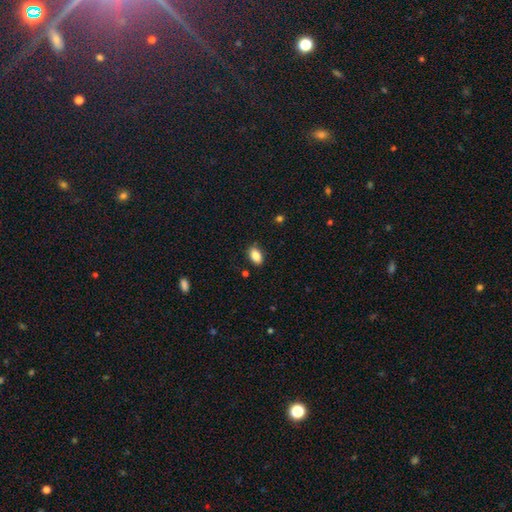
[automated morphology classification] smooth 87%, star or artifact 8%, featured or disk 5%. Down the decision tree: how rounded — in between (89%); merging — none (85%).